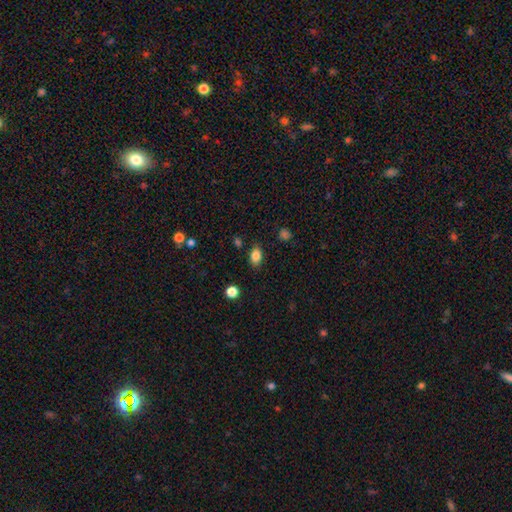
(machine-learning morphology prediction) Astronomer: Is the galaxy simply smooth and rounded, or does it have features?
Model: smooth — 84%.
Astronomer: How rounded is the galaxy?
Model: in between — 81%.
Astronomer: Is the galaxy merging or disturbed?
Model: none — 82%.